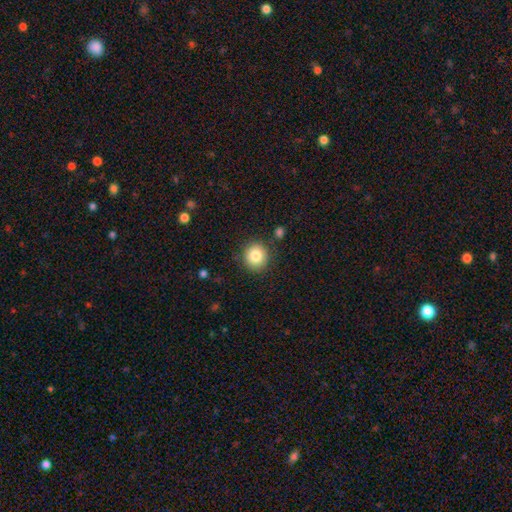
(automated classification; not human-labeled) A smooth galaxy with no disk features (83%) that is round (90%). Merging: none (87%).